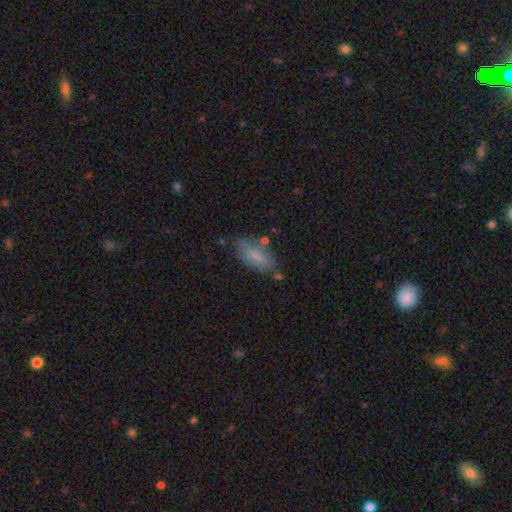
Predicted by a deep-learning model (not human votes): Smooth or featured?
  - smooth: 79% *
  - featured or disk: 14%
  - star or artifact: 7%
How rounded?
  - in between: 81% *
  - cigar-shaped: 17%
  - round: 3%
Merging?
  - none: 71% *
  - minor disturbance: 19%
  - merger: 5%
  - major disturbance: 5%